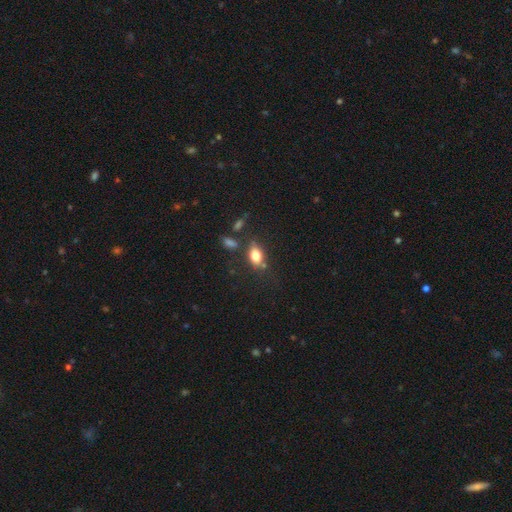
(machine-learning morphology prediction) smooth 77%, featured or disk 13%, star or artifact 10%. Down the decision tree: how rounded — in between (80%); merging — none (66%).